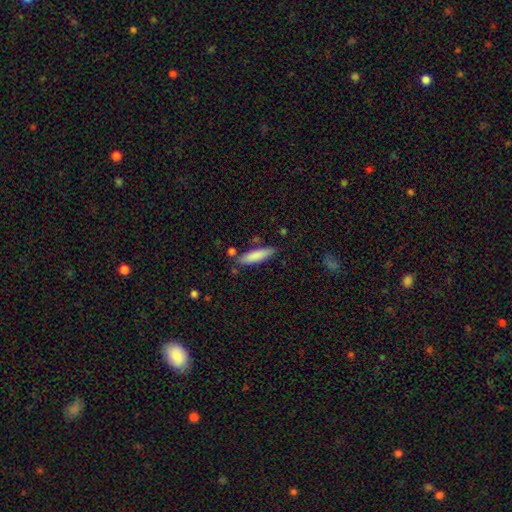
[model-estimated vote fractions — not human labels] A smooth galaxy with no disk features (84%) that is cigar-shaped (69%).

Vote fractions:
- Smooth or featured? smooth: 84% / featured or disk: 10% / star or artifact: 6%
- How rounded? cigar-shaped: 69% / in between: 30% / round: 1%
- Merging? none: 78% / minor disturbance: 14% / merger: 5% / major disturbance: 3%